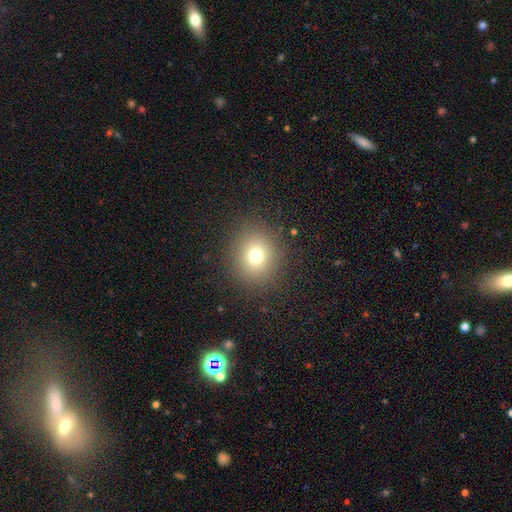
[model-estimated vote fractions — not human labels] Smooth or featured?
  - smooth: 73% *
  - star or artifact: 16%
  - featured or disk: 10%
How rounded?
  - round: 82% *
  - in between: 17%
  - cigar-shaped: 1%
Merging?
  - none: 88% *
  - minor disturbance: 7%
  - major disturbance: 4%
  - merger: 1%